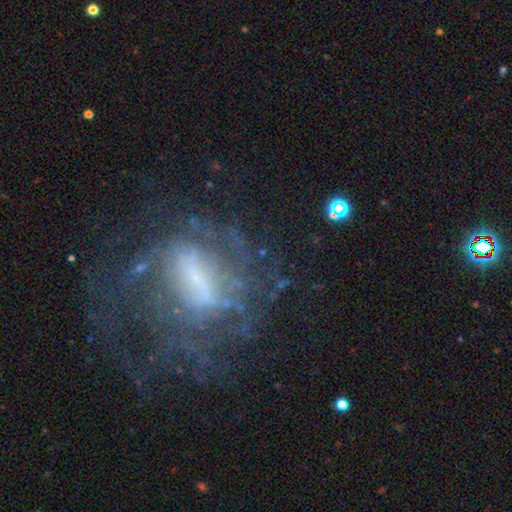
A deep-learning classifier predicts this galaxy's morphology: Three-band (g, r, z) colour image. It shows a featured or disk galaxy (69%) with a strong bar (43%), spiral arms (57%) and a small central bulge (34%). Merging: none (52%).